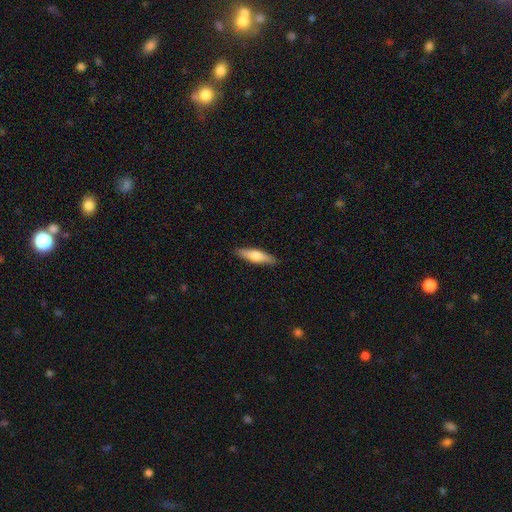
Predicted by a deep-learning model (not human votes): Q: Smooth or featured?
A: smooth (60%); runner-up: featured or disk (35%)
Q: How rounded?
A: cigar-shaped (70%); runner-up: in between (29%)
Q: Merging?
A: none (89%); runner-up: minor disturbance (9%)